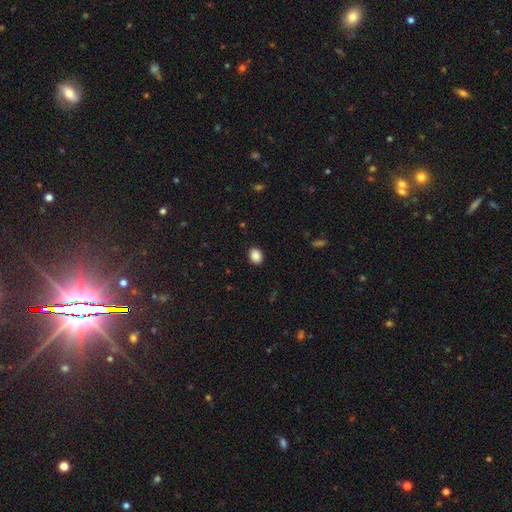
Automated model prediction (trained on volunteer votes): This is clearly a smooth galaxy (89%). How rounded: possibly in between (51%). Merging: clearly none (90%).